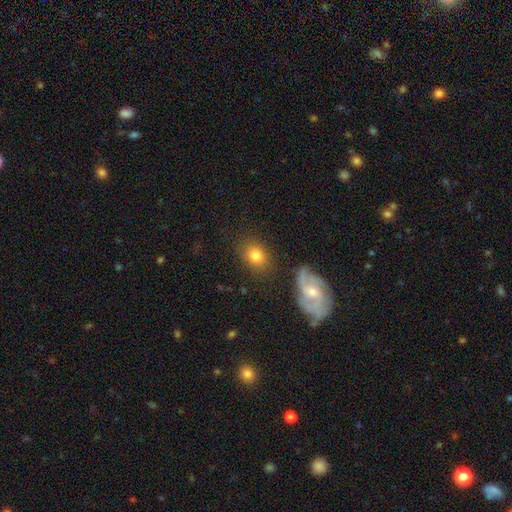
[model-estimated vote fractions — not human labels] Smooth or featured?
  - smooth: 79% *
  - featured or disk: 12%
  - star or artifact: 9%
How rounded?
  - in between: 53% *
  - round: 46%
  - cigar-shaped: 2%
Merging?
  - none: 78% *
  - minor disturbance: 12%
  - merger: 5%
  - major disturbance: 5%